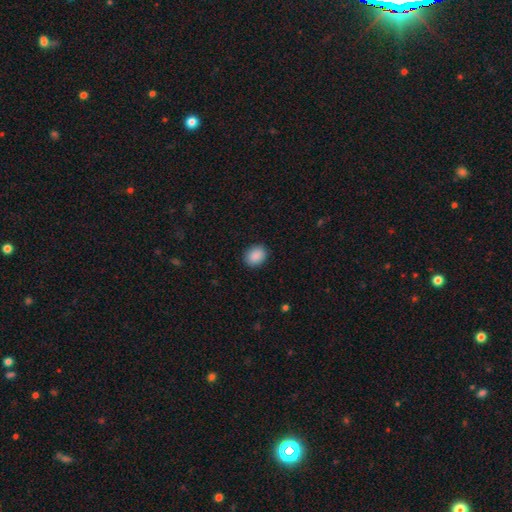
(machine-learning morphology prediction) This appears to be a smooth galaxy with no disk features (90%) that is in between round and cigar-shaped (54%). Merging: none (89%).